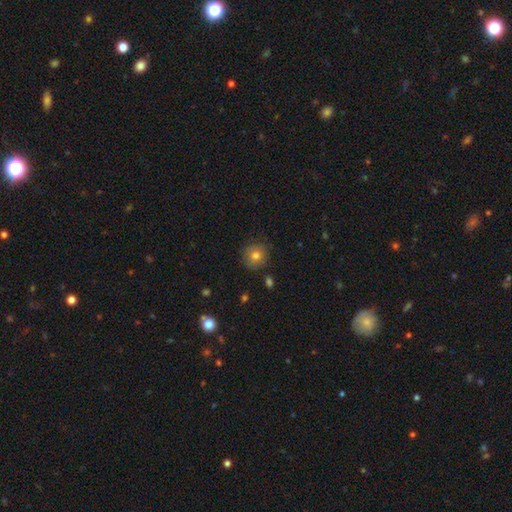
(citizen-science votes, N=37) Morphology: type=smooth (84%); roundness=round (84%); merging=none (89%).